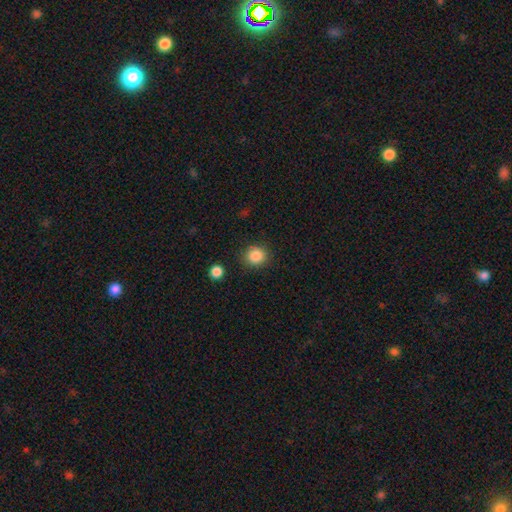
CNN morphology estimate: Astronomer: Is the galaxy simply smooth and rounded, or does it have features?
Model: smooth — 86%.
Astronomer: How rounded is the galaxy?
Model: round — 85%.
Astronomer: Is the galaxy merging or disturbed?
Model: none — 87%.